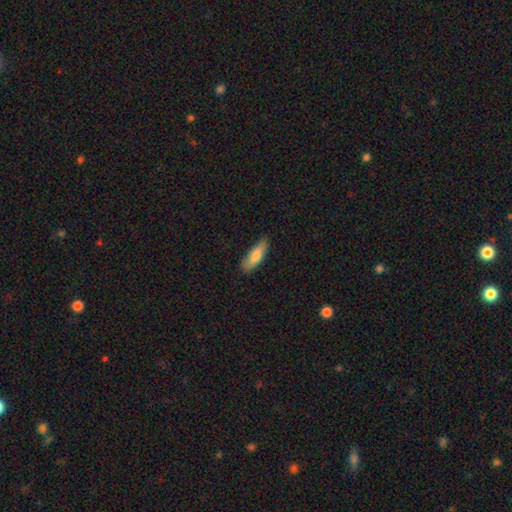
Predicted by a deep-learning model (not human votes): This appears to be a smooth galaxy with no disk features (78%) that is in between round and cigar-shaped (51%). Merging: none (82%).